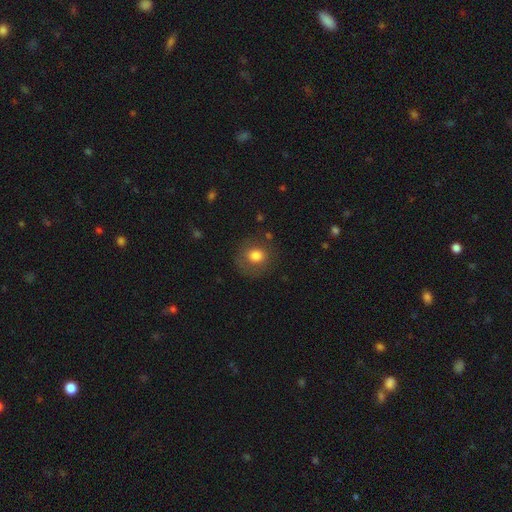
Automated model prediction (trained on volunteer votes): smooth-or-featured: smooth: 78% | featured or disk: 12% | star or artifact: 10%
  how-rounded: round: 81% | in between: 18% | cigar-shaped: 1%
  merging: none: 76% | minor disturbance: 15% | major disturbance: 7% | merger: 2%